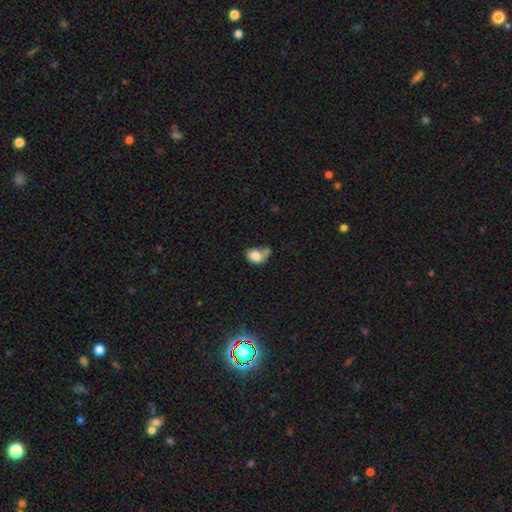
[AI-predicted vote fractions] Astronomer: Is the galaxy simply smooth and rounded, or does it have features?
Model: smooth — 82%.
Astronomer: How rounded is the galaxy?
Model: in between — 60% (runner-up: round, 39%).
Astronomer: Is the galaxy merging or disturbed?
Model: none — 34% (runner-up: merger, 33%).